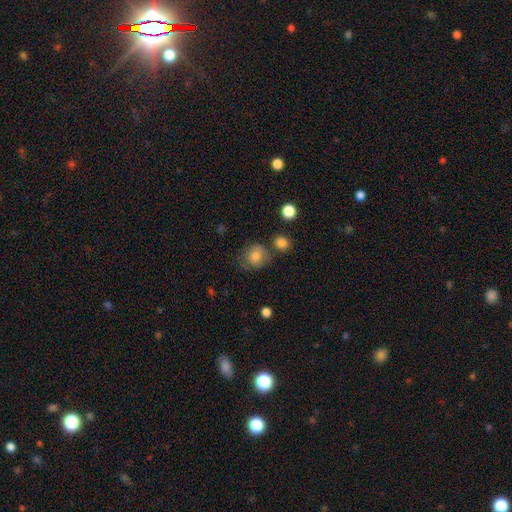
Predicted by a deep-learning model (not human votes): Overall: smooth (76%). How rounded: round (80%). Merging: none (68%).